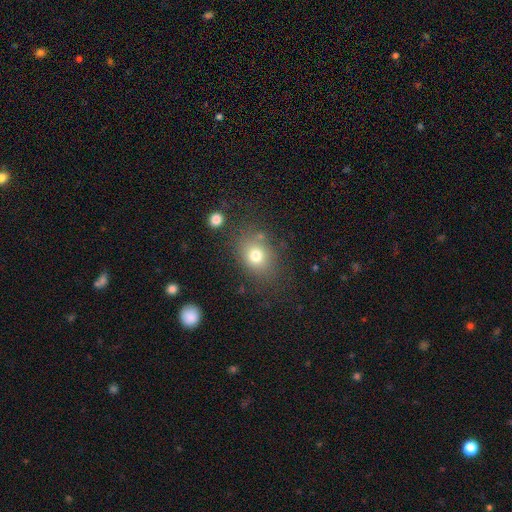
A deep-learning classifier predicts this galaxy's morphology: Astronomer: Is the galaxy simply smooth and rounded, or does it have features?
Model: smooth — 75%.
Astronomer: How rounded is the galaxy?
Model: round — 50% (runner-up: in between, 49%).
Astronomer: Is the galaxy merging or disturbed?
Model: none — 74%.